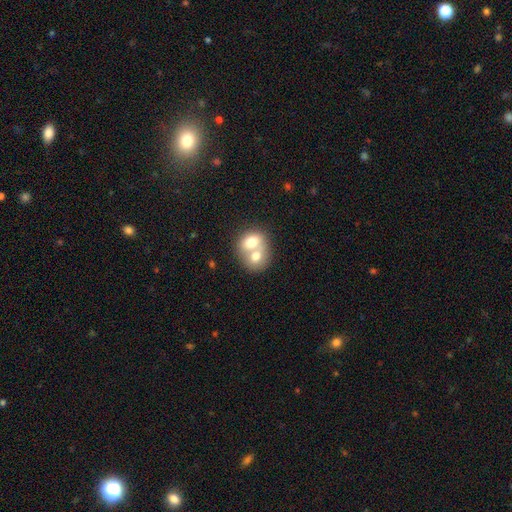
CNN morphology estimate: type=smooth (66%); roundness=round (59%); merging=merger (73%).